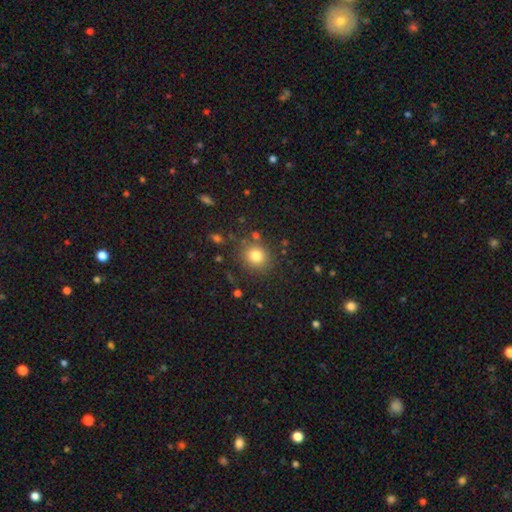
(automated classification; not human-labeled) smooth_or_featured: smooth (p=0.80) [alt: star or artifact p=0.12]
how_rounded: round (p=0.84) [alt: in between p=0.15]
merging: none (p=0.83) [alt: minor disturbance p=0.09]